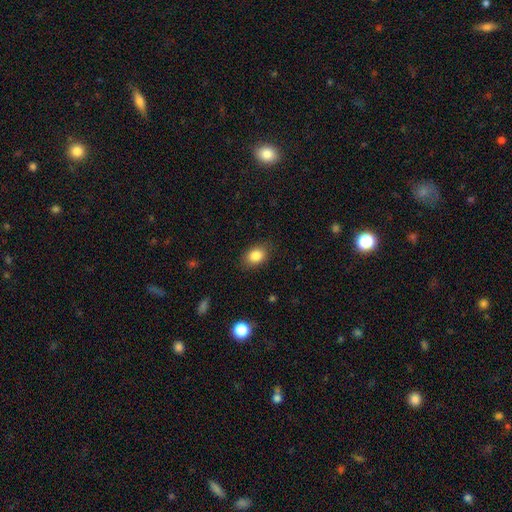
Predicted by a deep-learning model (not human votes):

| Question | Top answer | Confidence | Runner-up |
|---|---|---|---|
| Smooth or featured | smooth | 85% | star or artifact (9%) |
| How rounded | in between | 74% | round (25%) |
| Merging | none | 84% | minor disturbance (12%) |